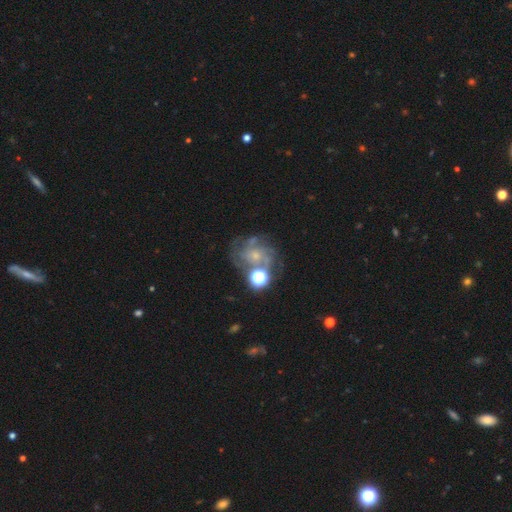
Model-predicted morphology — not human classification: smooth_or_featured: featured or disk (p=0.65) [alt: smooth p=0.18]
disk_edge_on: no (p=0.98) [alt: yes p=0.02]
bar: no (p=0.78) [alt: weak p=0.19]
has_spiral_arms: yes (p=0.82) [alt: no p=0.18]
spiral_winding: tight (p=0.47) [alt: medium p=0.39]
spiral_arm_count: can't tell (p=0.40) [alt: 3 p=0.20]
bulge_size: small (p=0.60) [alt: moderate p=0.27]
merging: none (p=0.53) [alt: minor disturbance p=0.17]